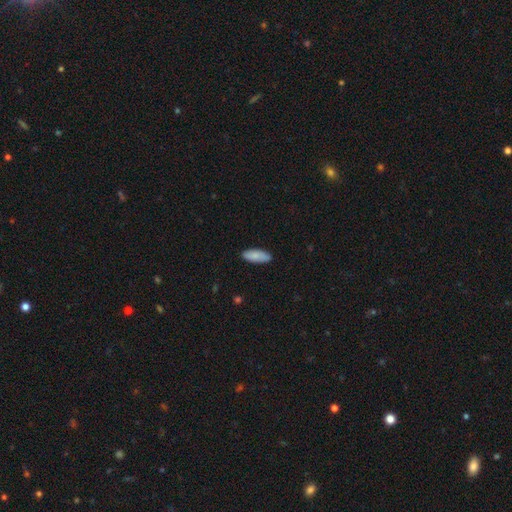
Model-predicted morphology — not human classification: Overall: smooth (84%). How rounded: in between (74%). Merging: none (87%).